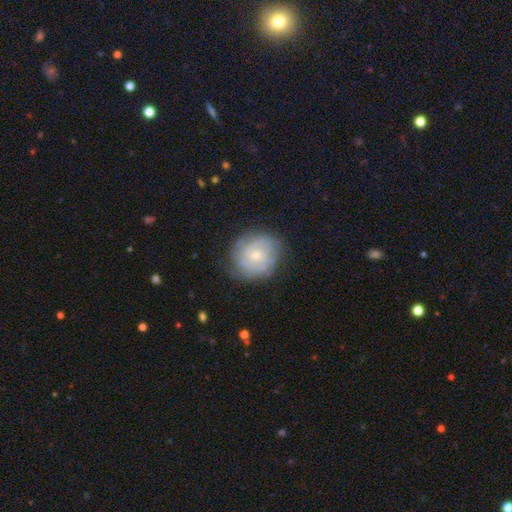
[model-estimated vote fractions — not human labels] Smooth or featured? featured or disk (72%)
Edge-on disk? no (98%)
Bar? no (77%)
Spiral arms? yes (90%)
Spiral winding? tight (71%)
Spiral arm count? can't tell (40%)
Bulge size? small (73%)
Merging? none (78%)